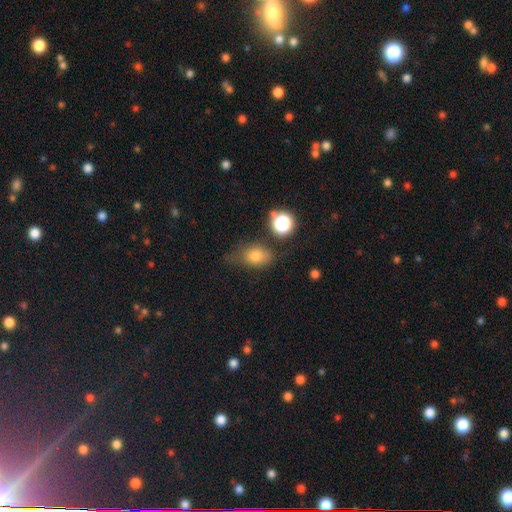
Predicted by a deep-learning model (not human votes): A smooth galaxy with no disk features (75%) that is in between round and cigar-shaped (67%). Merging: none (54%).